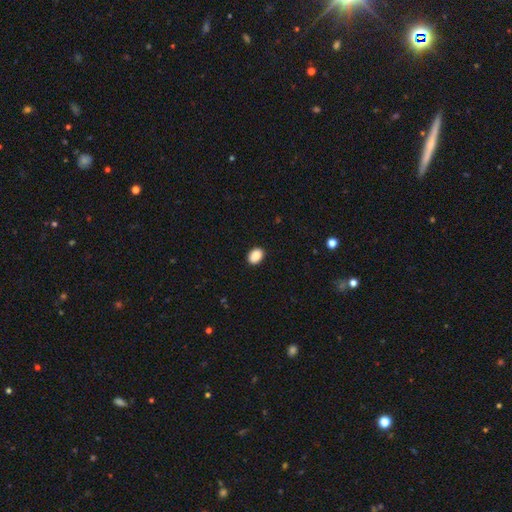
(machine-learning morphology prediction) Smooth or featured: smooth — 89% (star or artifact — 8%)
How rounded: in between — 76% (round — 23%)
Merging: none — 90% (minor disturbance — 7%)